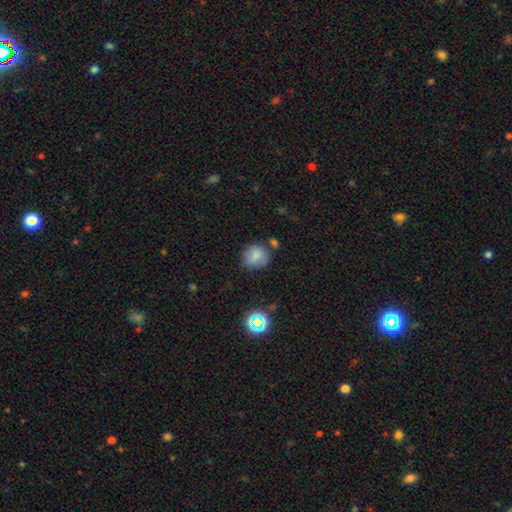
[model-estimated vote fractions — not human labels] A smooth galaxy with no disk features (78%) that is round (73%). Merging: none (69%).